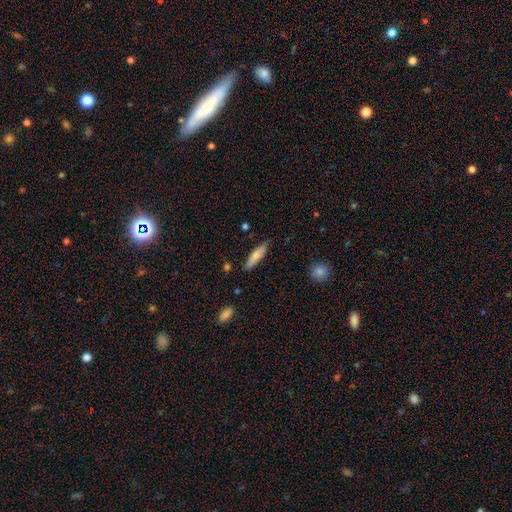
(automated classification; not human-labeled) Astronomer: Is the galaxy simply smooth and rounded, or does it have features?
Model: smooth — 76%.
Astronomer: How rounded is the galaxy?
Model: cigar-shaped — 72%.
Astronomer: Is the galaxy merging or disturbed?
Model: none — 83%.